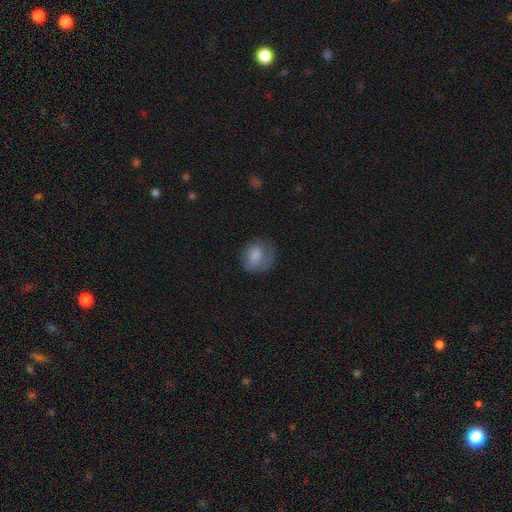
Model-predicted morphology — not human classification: A smooth galaxy with no disk features (68%) that is round (57%). Merging: none (54%).